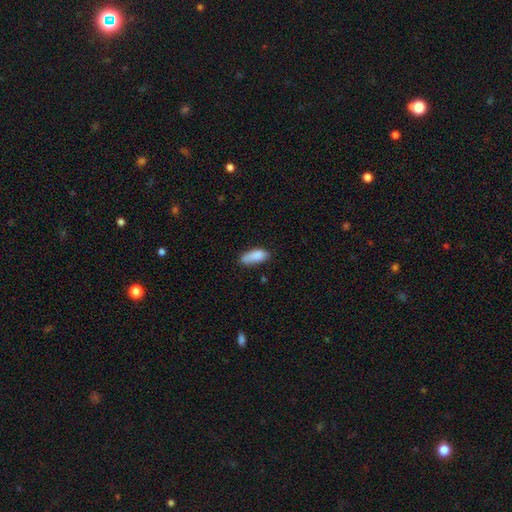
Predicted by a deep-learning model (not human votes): Smooth or featured: smooth — 84% (featured or disk — 8%)
How rounded: in between — 77% (cigar-shaped — 21%)
Merging: none — 57% (minor disturbance — 30%)